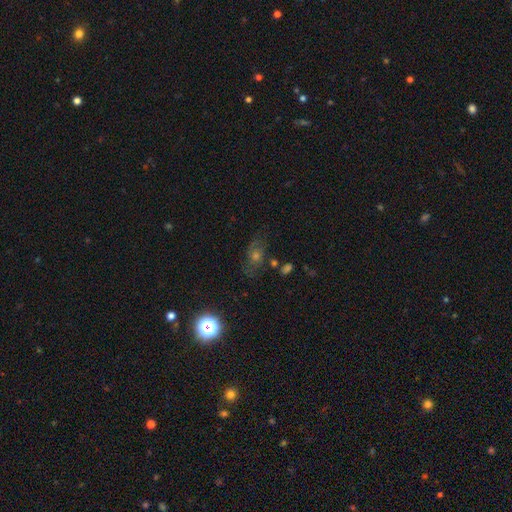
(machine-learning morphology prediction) Overall: star or artifact (36%; featured or disk 34%).